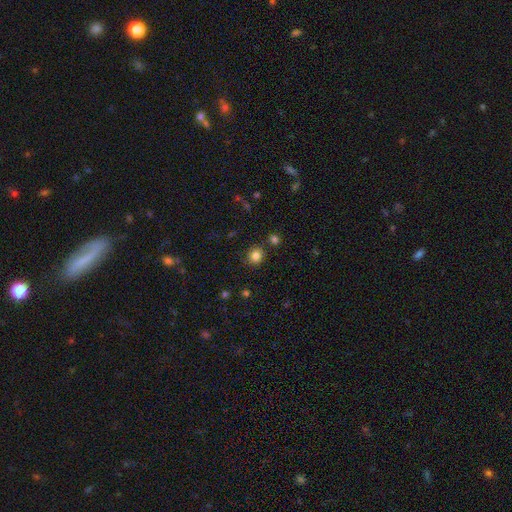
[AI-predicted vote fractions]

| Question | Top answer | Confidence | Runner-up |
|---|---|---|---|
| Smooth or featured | smooth | 83% | star or artifact (12%) |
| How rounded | round | 86% | in between (13%) |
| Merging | none | 84% | minor disturbance (9%) |